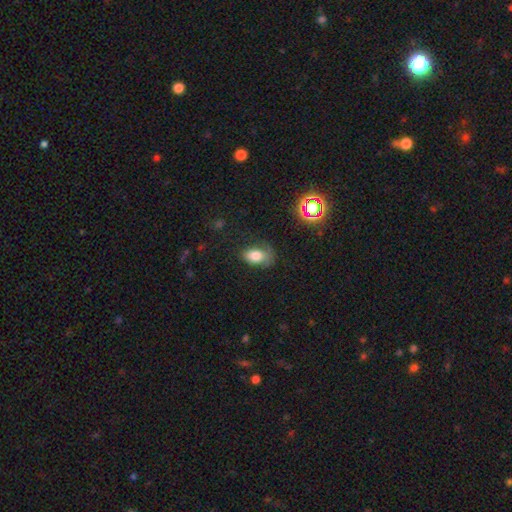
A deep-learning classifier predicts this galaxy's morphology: Smooth or featured: smooth — 77% (star or artifact — 12%)
How rounded: in between — 87% (round — 12%)
Merging: none — 51% (minor disturbance — 30%)